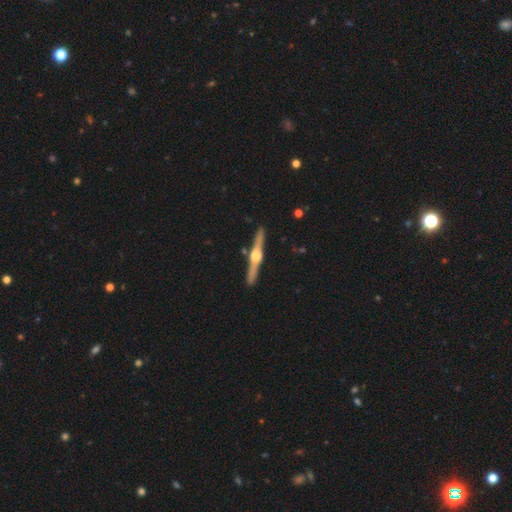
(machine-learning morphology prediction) Overall: featured or disk (83%). Edge-on disk: yes (98%). Edge-on bulge: rounded (95%). Merging: none (91%).